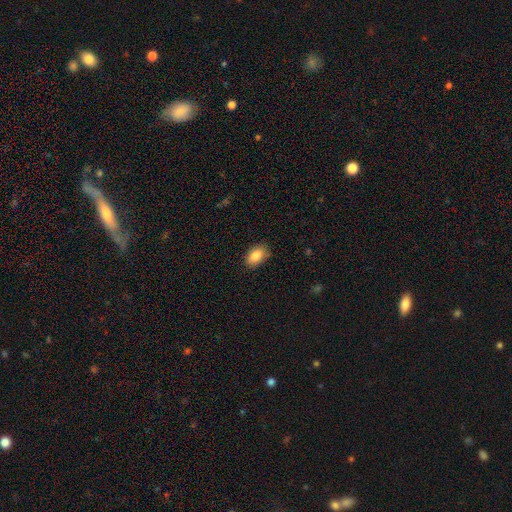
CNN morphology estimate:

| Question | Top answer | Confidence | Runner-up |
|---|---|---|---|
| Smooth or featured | smooth | 86% | star or artifact (7%) |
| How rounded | in between | 89% | round (10%) |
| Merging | none | 83% | minor disturbance (13%) |